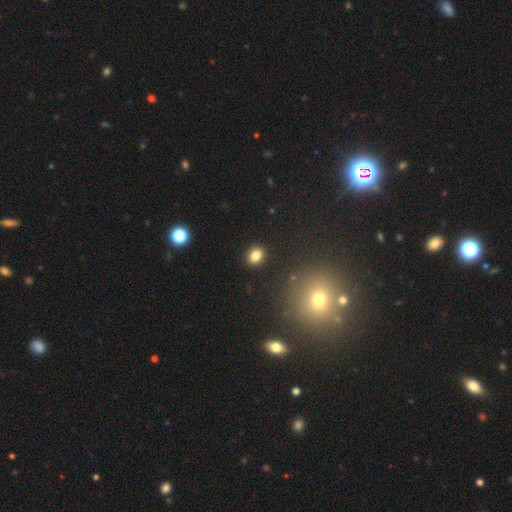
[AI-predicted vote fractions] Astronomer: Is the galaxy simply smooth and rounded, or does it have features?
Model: smooth — 82%.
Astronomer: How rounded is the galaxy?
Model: in between — 50% (runner-up: round, 49%).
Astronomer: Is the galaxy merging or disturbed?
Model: none — 90%.